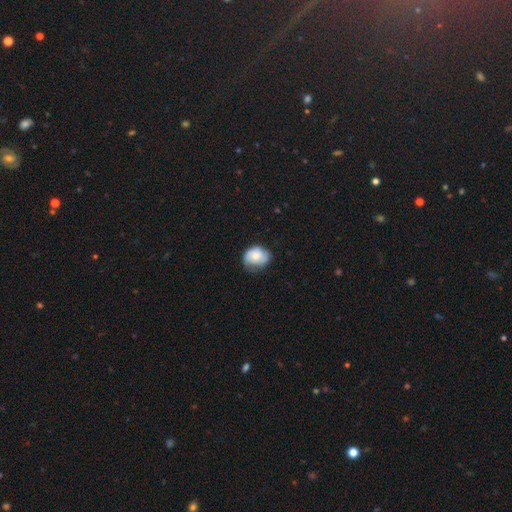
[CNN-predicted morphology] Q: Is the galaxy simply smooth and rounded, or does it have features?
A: smooth — 61%.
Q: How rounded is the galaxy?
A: round — 54%.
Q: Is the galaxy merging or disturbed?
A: none — 60%.